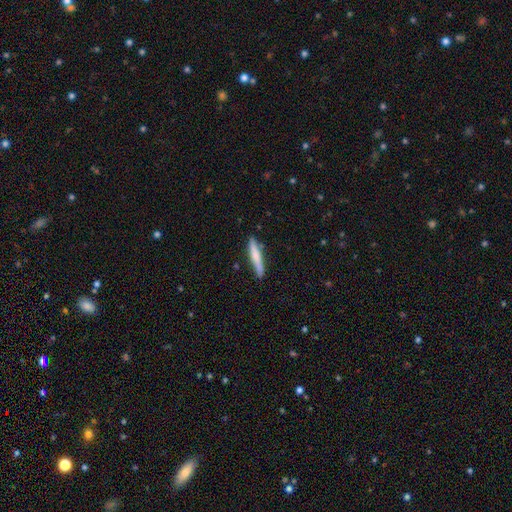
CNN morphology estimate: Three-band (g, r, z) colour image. It shows a smooth galaxy with no disk features (67%) that is cigar-shaped (93%). Merging: none (82%).